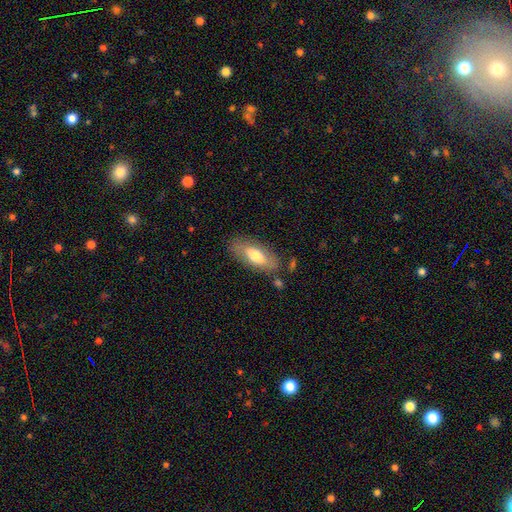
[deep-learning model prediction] This appears to be a smooth galaxy with no disk features (66%) that is in between round and cigar-shaped (80%). Merging: none (78%).